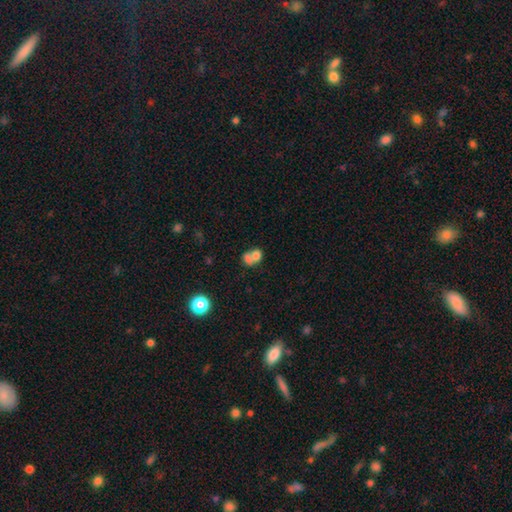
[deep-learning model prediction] Morphology: type=smooth (71%); roundness=round (50%); merging=merger (64%).